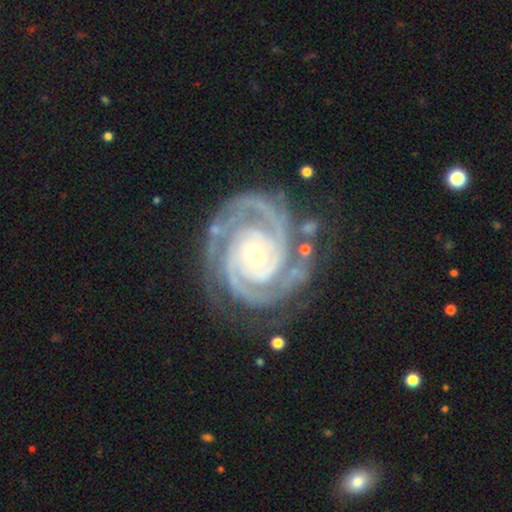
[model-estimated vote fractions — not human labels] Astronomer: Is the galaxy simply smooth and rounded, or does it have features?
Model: featured or disk — 93%.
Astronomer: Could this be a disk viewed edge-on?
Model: no — 98%.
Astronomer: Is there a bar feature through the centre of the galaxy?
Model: no — 72%.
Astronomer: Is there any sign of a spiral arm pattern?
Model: yes — 99%.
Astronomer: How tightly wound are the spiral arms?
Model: tight — 80%.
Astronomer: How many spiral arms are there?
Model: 2 — 58%.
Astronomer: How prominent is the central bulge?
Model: small — 61% (runner-up: moderate, 36%).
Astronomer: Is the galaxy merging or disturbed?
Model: none — 72%.